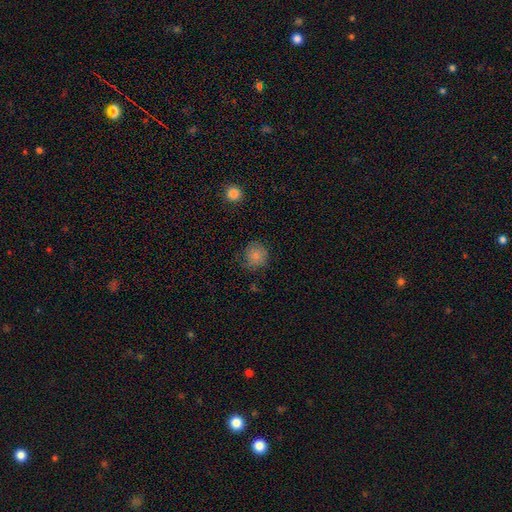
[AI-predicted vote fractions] Overall: smooth (81%). How rounded: round (87%). Merging: none (70%).